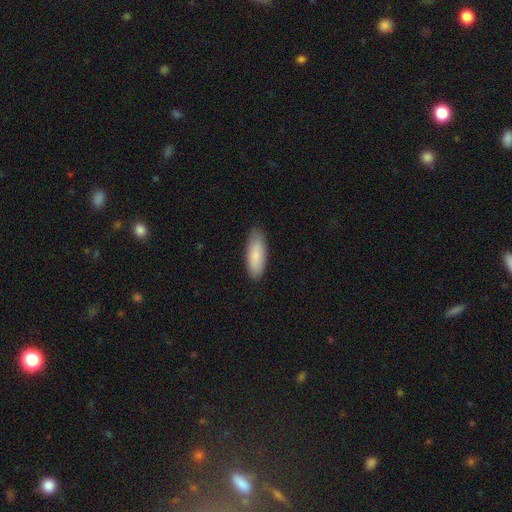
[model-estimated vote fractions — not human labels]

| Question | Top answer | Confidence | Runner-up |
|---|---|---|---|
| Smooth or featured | smooth | 85% | featured or disk (10%) |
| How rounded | in between | 67% | cigar-shaped (32%) |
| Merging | none | 83% | minor disturbance (13%) |